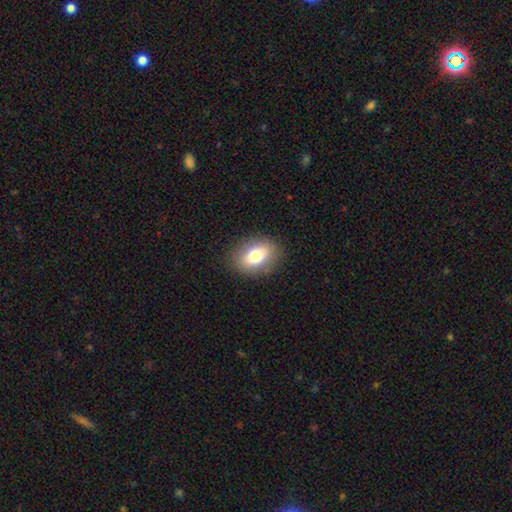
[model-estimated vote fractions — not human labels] Q: Smooth or featured?
A: smooth (75%); runner-up: featured or disk (15%)
Q: How rounded?
A: in between (74%); runner-up: round (25%)
Q: Merging?
A: none (87%); runner-up: minor disturbance (9%)